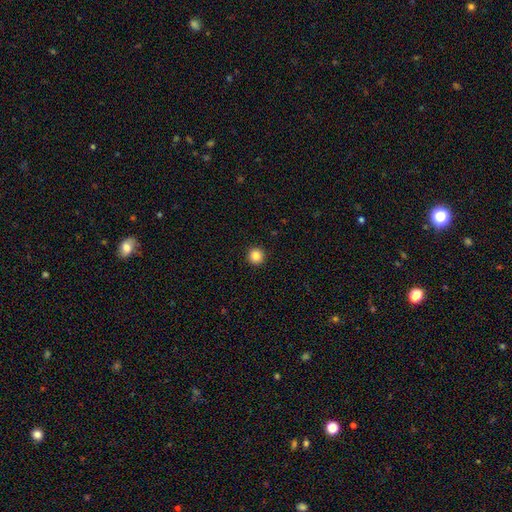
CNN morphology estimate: type=smooth (86%); roundness=round (96%); merging=none (94%).